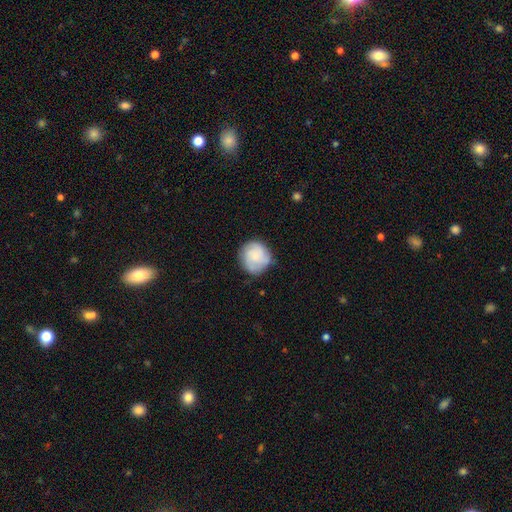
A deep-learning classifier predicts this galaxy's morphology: A smooth galaxy with no disk features (59%) that is round (89%). Merging: none (70%).